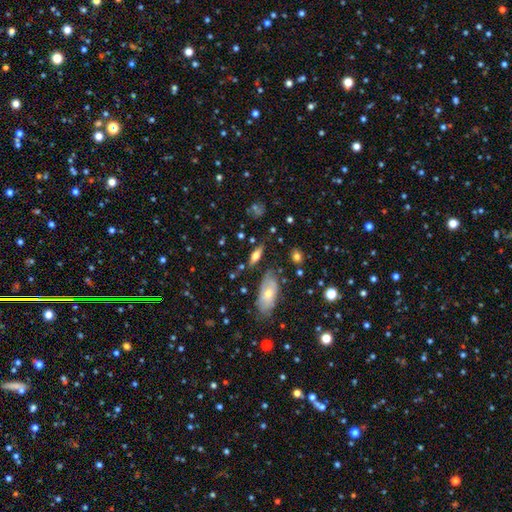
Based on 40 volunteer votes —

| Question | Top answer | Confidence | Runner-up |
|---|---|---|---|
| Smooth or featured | smooth | 45% | featured or disk (42%) |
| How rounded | in between | 67% | cigar-shaped (33%) |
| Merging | none | 83% | minor disturbance (14%) |